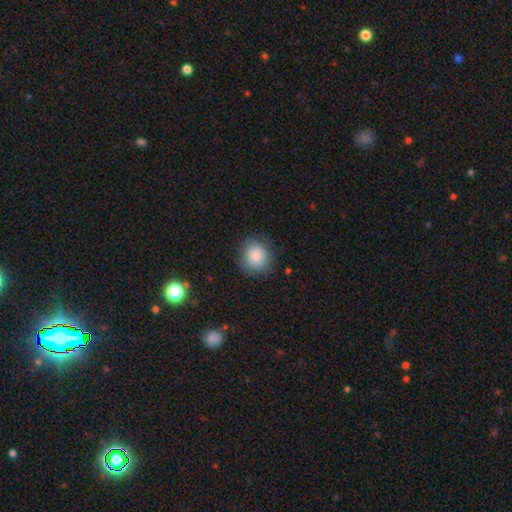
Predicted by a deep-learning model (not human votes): A smooth galaxy with no disk features (87%) that is round (87%). Merging: none (84%).